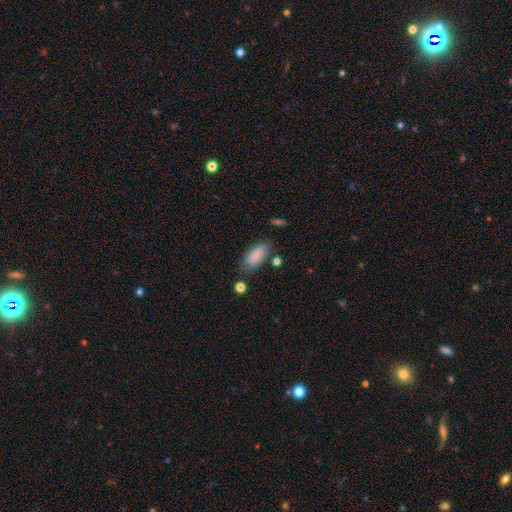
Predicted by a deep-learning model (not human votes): Smooth or featured?
  - smooth: 85% *
  - featured or disk: 8%
  - star or artifact: 7%
How rounded?
  - in between: 88% *
  - cigar-shaped: 10%
  - round: 2%
Merging?
  - none: 74% *
  - minor disturbance: 17%
  - major disturbance: 5%
  - merger: 4%